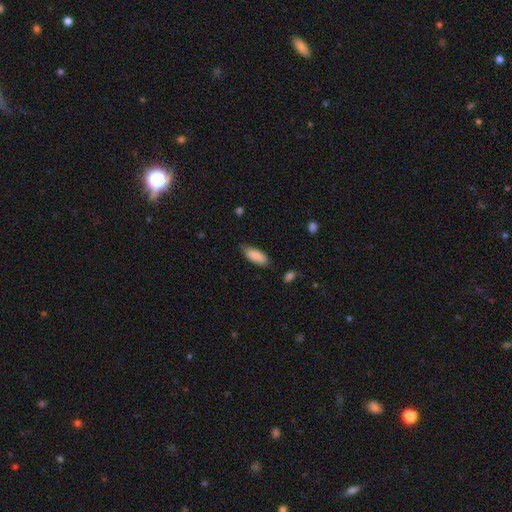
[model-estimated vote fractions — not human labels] Smooth or featured: smooth — 87% (featured or disk — 7%)
How rounded: in between — 79% (cigar-shaped — 19%)
Merging: none — 67% (minor disturbance — 27%)